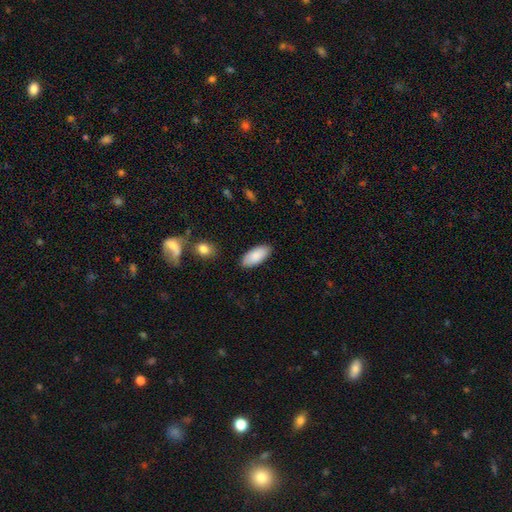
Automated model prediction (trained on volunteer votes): Smooth or featured? smooth (87%)
How rounded? in between (91%)
Merging? none (87%)